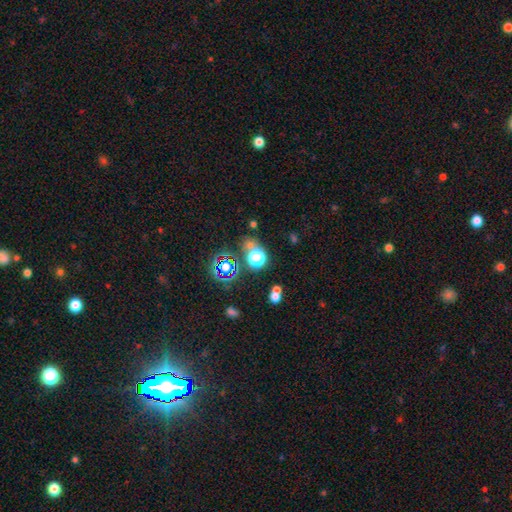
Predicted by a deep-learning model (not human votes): A star or artifact, not a galaxy (58%).